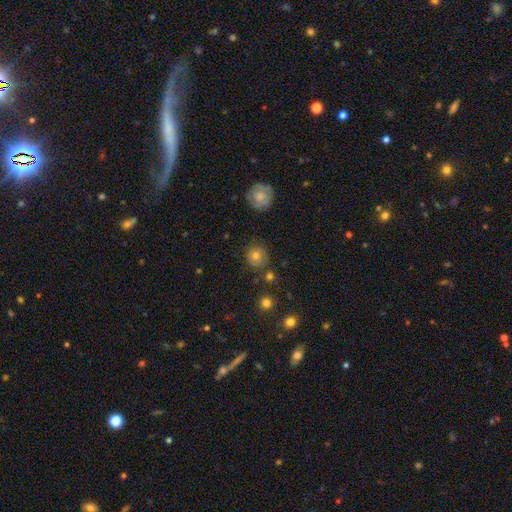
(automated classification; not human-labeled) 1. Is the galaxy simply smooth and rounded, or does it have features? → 77% smooth, 13% star or artifact, 10% featured or disk.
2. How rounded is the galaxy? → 89% round, 10% in between, 1% cigar-shaped.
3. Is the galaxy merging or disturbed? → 82% none, 11% minor disturbance, 4% merger, 3% major disturbance.